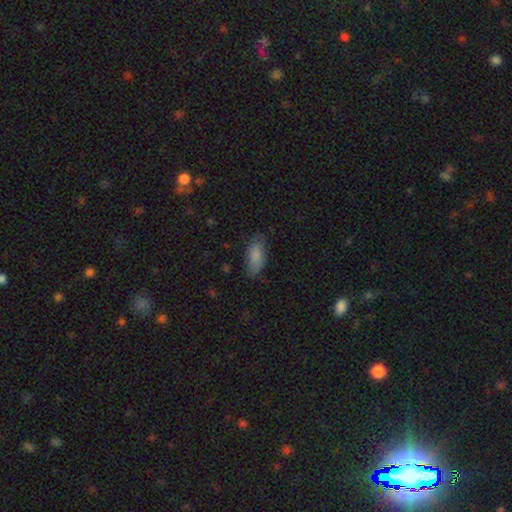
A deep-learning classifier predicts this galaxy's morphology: Smooth or featured?
  - smooth: 85% *
  - featured or disk: 8%
  - star or artifact: 7%
How rounded?
  - in between: 85% *
  - cigar-shaped: 13%
  - round: 2%
Merging?
  - none: 76% *
  - minor disturbance: 19%
  - major disturbance: 4%
  - merger: 1%